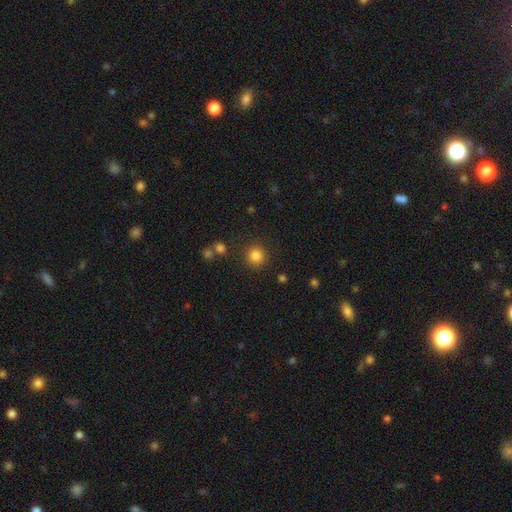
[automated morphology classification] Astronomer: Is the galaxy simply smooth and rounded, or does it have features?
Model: smooth — 84%.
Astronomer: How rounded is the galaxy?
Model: round — 92%.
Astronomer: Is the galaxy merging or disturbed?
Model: none — 89%.